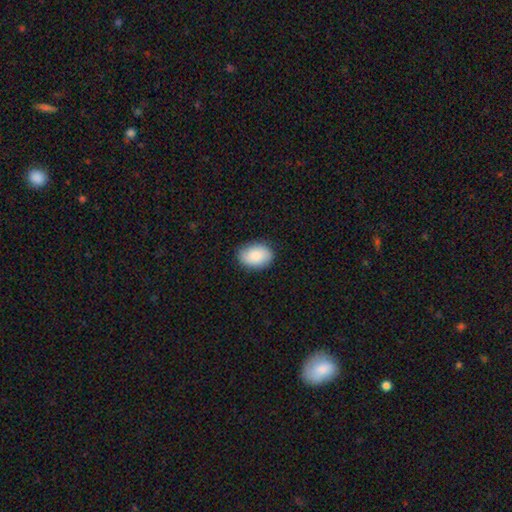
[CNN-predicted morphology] smooth_or_featured: smooth (p=0.85) [alt: featured or disk p=0.08]
how_rounded: in between (p=0.82) [alt: round p=0.17]
merging: none (p=0.85) [alt: minor disturbance p=0.11]